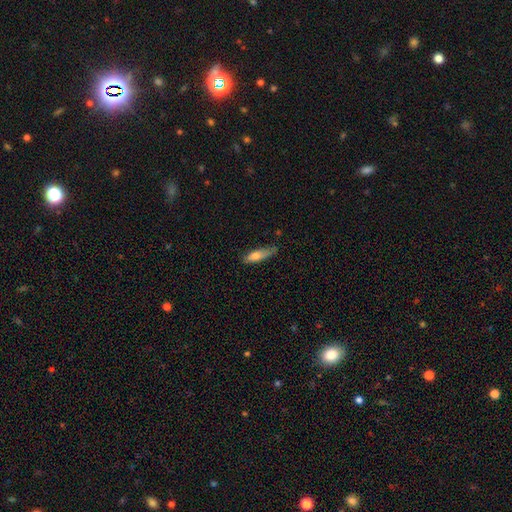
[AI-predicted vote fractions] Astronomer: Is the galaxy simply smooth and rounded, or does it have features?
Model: smooth — 72%.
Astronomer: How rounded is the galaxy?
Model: cigar-shaped — 61% (runner-up: in between, 37%).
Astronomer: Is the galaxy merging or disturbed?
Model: none — 58%.